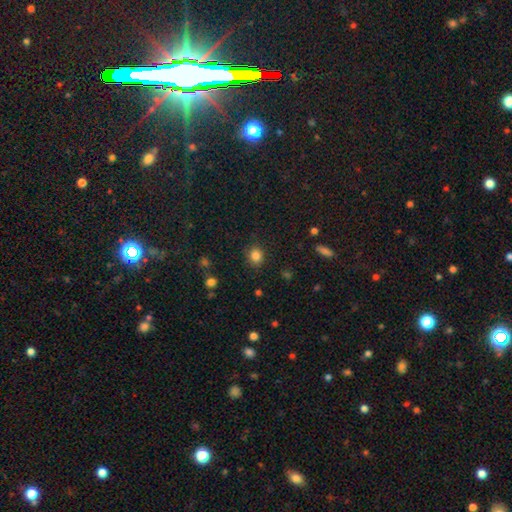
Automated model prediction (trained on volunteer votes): smooth_or_featured: smooth (p=0.84) [alt: star or artifact p=0.11]
how_rounded: round (p=0.69) [alt: in between p=0.30]
merging: none (p=0.85) [alt: minor disturbance p=0.10]